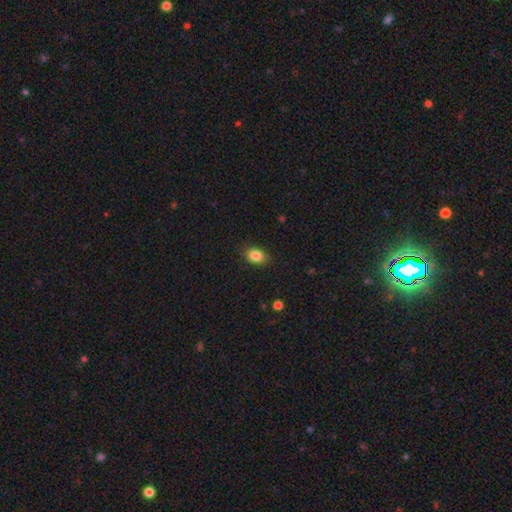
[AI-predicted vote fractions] Q: Smooth or featured?
A: smooth (85%); runner-up: star or artifact (9%)
Q: How rounded?
A: in between (77%); runner-up: round (22%)
Q: Merging?
A: none (85%); runner-up: minor disturbance (12%)